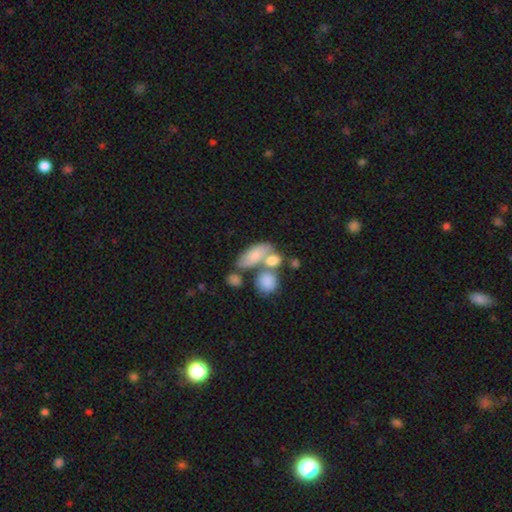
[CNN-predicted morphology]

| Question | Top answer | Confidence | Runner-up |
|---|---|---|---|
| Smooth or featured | smooth | 70% | featured or disk (22%) |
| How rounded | in between | 83% | round (9%) |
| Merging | merger | 46% | none (32%) |